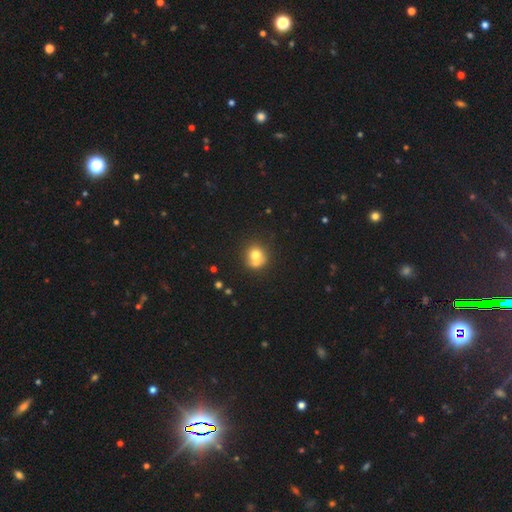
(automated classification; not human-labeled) Smooth or featured?
  - smooth: 69% *
  - featured or disk: 19%
  - star or artifact: 12%
How rounded?
  - round: 83% *
  - in between: 16%
  - cigar-shaped: 1%
Merging?
  - merger: 46% *
  - none: 41%
  - minor disturbance: 9%
  - major disturbance: 4%